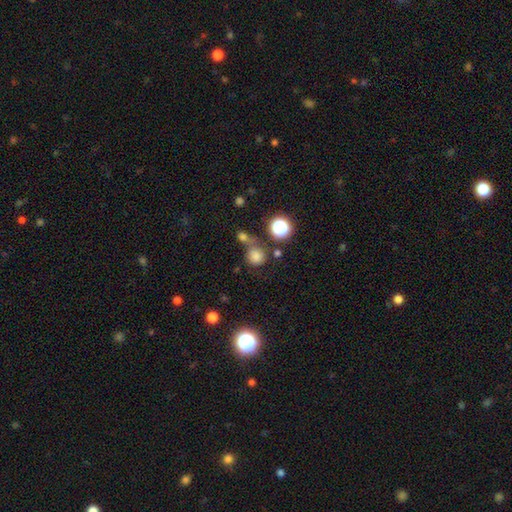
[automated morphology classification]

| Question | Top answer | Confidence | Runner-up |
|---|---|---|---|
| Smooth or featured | smooth | 74% | star or artifact (19%) |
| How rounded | round | 86% | in between (13%) |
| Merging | none | 54% | merger (27%) |